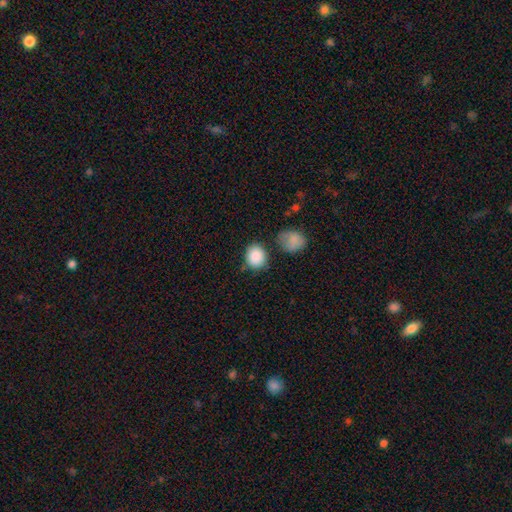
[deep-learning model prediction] Q: Smooth or featured?
A: smooth (88%); runner-up: star or artifact (8%)
Q: How rounded?
A: round (64%); runner-up: in between (35%)
Q: Merging?
A: none (71%); runner-up: minor disturbance (16%)